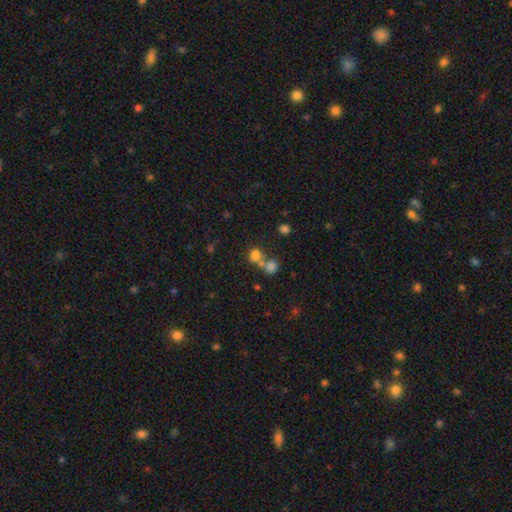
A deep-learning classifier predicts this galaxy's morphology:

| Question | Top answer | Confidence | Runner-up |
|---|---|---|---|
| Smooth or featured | smooth | 73% | star or artifact (16%) |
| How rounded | round | 71% | in between (28%) |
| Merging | merger | 49% | none (39%) |